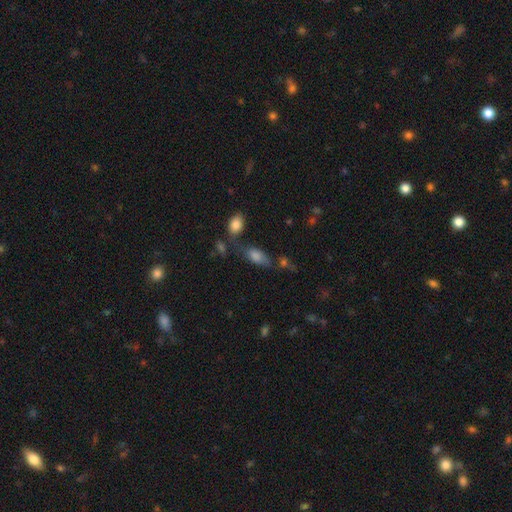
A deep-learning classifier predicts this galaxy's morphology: smooth 75%, featured or disk 14%, star or artifact 11%. Down the decision tree: how rounded — in between (83%); merging — none (47%).